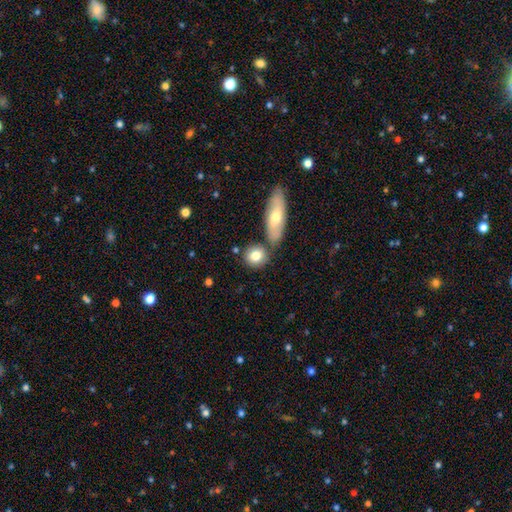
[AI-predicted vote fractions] smooth 80%, featured or disk 13%, star or artifact 7%. Down the decision tree: how rounded — round (67%); merging — none (67%).